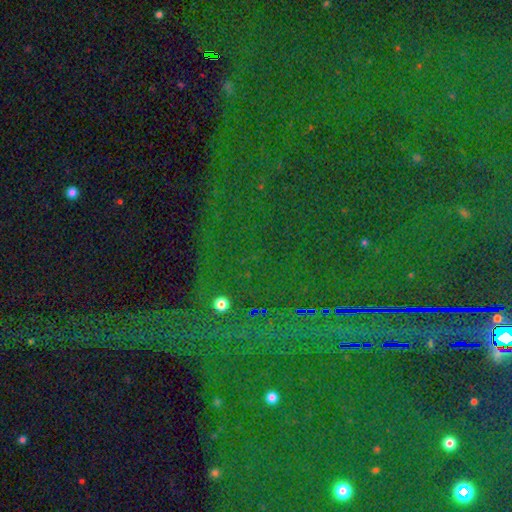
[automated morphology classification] smooth_or_featured: star or artifact (p=0.88) [alt: featured or disk p=0.06]